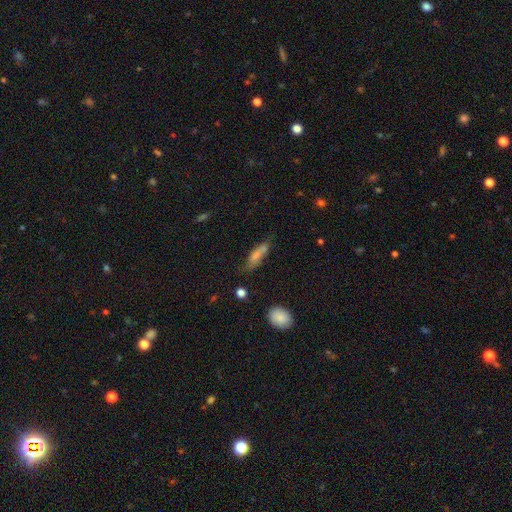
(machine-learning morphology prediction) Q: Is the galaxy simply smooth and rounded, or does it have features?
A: smooth — 64%.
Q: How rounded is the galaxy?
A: cigar-shaped — 57%.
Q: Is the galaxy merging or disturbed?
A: none — 51%.